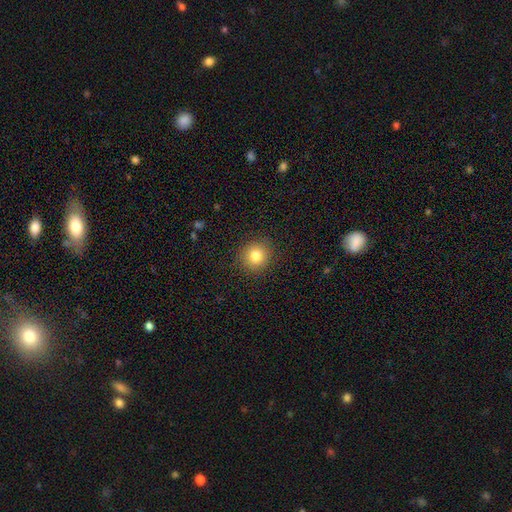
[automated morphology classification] Overall: smooth (81%). How rounded: round (88%). Merging: none (90%).